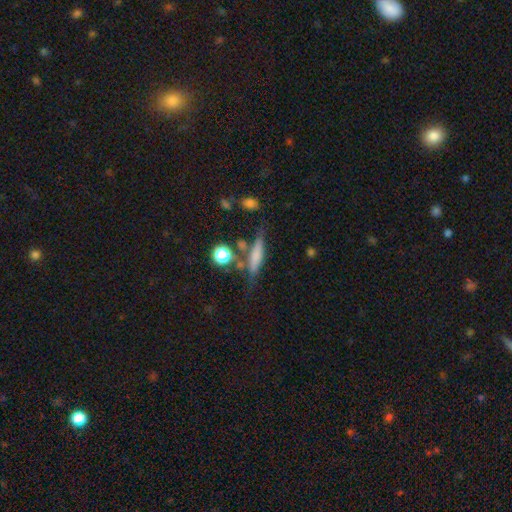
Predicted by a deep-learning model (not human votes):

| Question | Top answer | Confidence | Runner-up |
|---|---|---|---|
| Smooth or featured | smooth | 63% | featured or disk (27%) |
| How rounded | cigar-shaped | 73% | in between (21%) |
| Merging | none | 63% | minor disturbance (18%) |